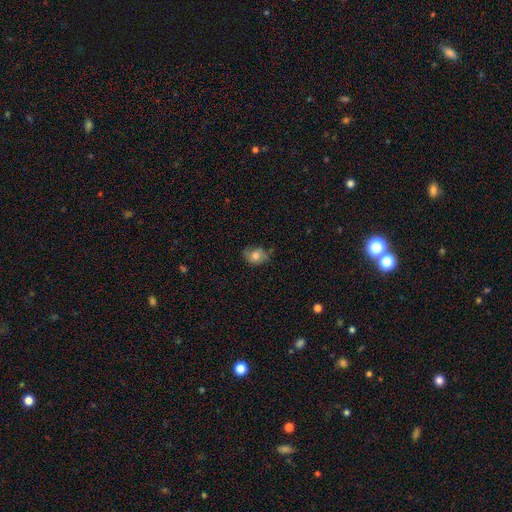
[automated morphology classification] type=smooth (72%); roundness=in between (52%); merging=none (65%).